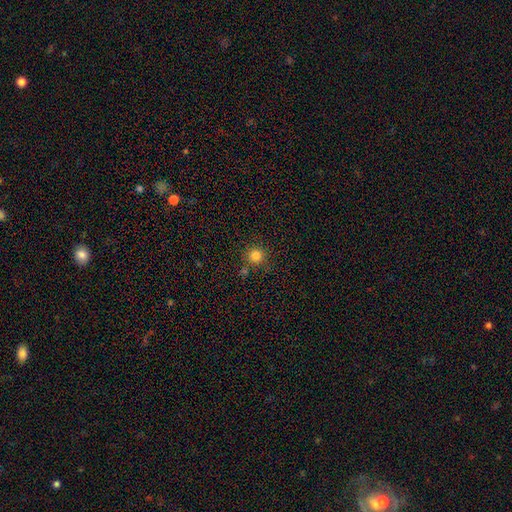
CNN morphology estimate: Smooth or featured: smooth — 81% (star or artifact — 14%)
How rounded: round — 93% (in between — 6%)
Merging: none — 78% (merger — 9%)